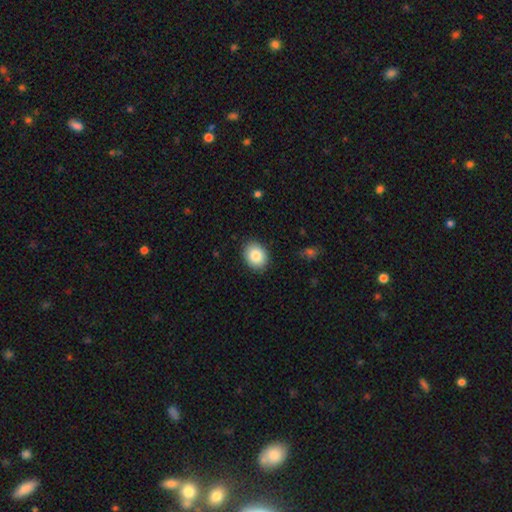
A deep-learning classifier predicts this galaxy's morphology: This is clearly a smooth galaxy (85%). How rounded: possibly round (50%). Merging: clearly none (88%).